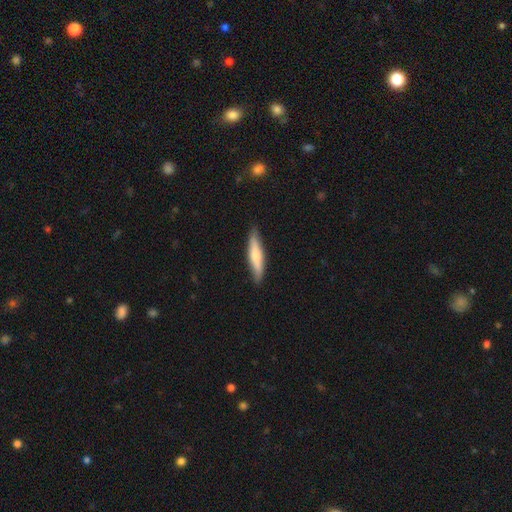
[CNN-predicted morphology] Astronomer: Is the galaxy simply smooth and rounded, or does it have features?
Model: smooth — 62%.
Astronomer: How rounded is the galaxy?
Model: cigar-shaped — 81%.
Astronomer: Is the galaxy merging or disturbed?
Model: none — 86%.